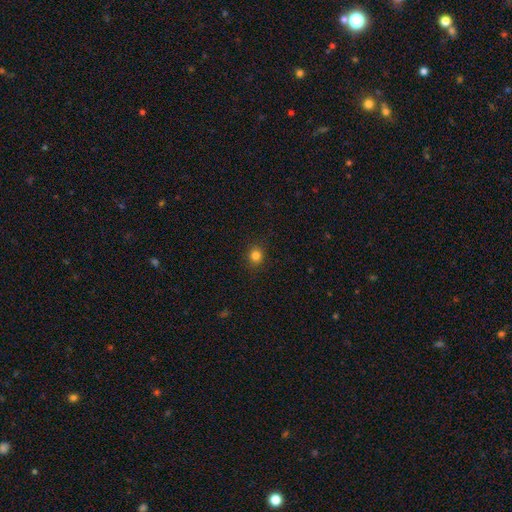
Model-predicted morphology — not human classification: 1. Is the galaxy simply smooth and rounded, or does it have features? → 82% smooth, 13% star or artifact, 4% featured or disk.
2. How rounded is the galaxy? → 85% round, 14% in between, 1% cigar-shaped.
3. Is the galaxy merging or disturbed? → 91% none, 6% minor disturbance, 2% major disturbance, 1% merger.